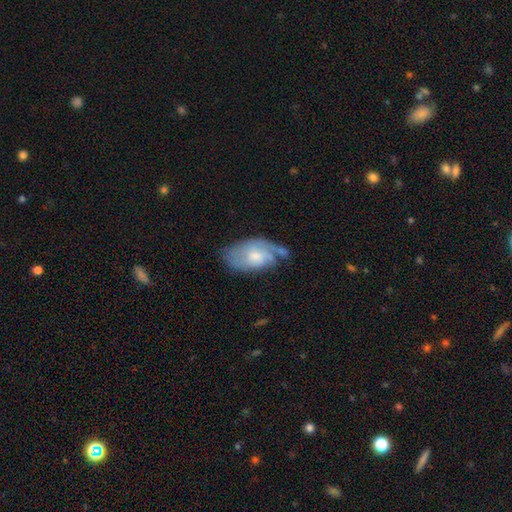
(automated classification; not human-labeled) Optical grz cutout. It shows a featured or disk galaxy (57%) with no bar (69%), spiral arms (80%) and a moderate central bulge (44%). Merging: none (44%).